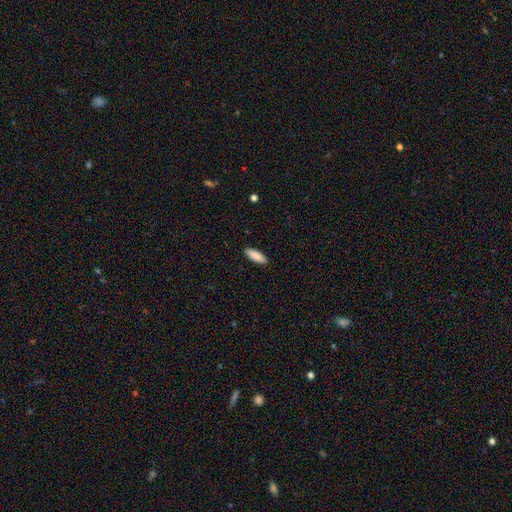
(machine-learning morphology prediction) Overall: smooth (88%). How rounded: in between (59%; cigar-shaped 40%). Merging: none (90%).